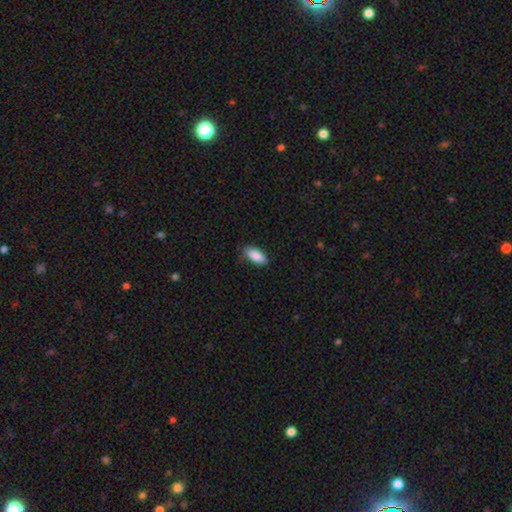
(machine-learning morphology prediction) A smooth galaxy with no disk features (89%) that is in between round and cigar-shaped (86%).

Vote fractions:
- Smooth or featured? smooth: 89% / star or artifact: 6% / featured or disk: 5%
- How rounded? in between: 86% / cigar-shaped: 12% / round: 2%
- Merging? none: 79% / minor disturbance: 17% / major disturbance: 3% / merger: 1%